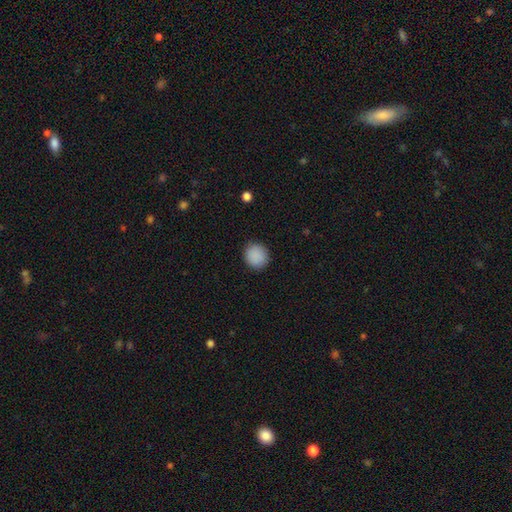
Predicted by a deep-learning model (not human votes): Q: Smooth or featured?
A: smooth (89%); runner-up: star or artifact (8%)
Q: How rounded?
A: round (91%); runner-up: in between (8%)
Q: Merging?
A: none (91%); runner-up: minor disturbance (7%)